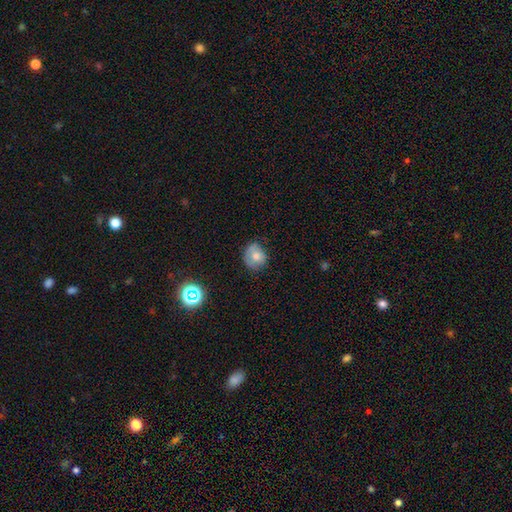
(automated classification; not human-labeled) This is likely a smooth galaxy (69%). How rounded: likely round (66%). Merging: likely none (62%).